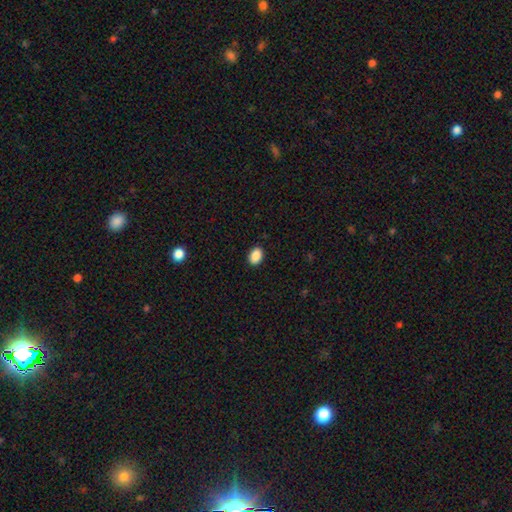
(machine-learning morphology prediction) This is clearly a smooth galaxy (89%). How rounded: likely in between (80%). Merging: clearly none (90%).